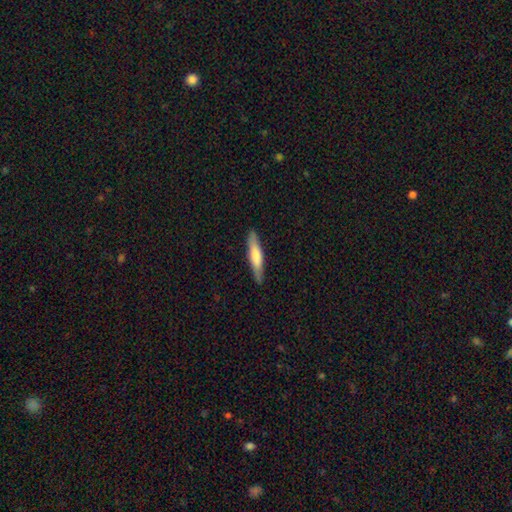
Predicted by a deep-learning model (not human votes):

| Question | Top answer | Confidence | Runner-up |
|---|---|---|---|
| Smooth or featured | smooth | 62% | featured or disk (33%) |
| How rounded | cigar-shaped | 86% | in between (12%) |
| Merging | none | 88% | minor disturbance (9%) |